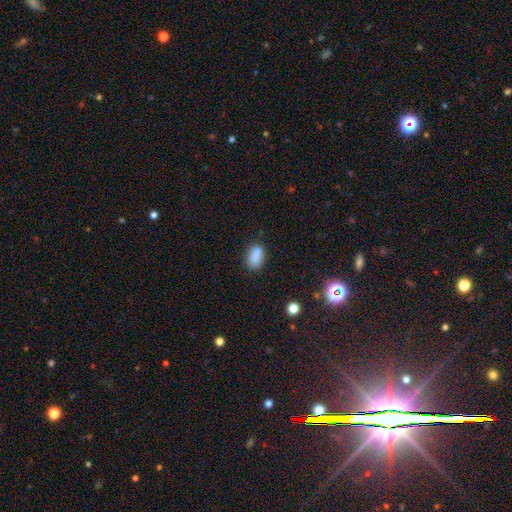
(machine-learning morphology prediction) smooth-or-featured: smooth: 84% | star or artifact: 10% | featured or disk: 6%
  how-rounded: in between: 85% | round: 10% | cigar-shaped: 5%
  merging: none: 71% | minor disturbance: 19% | merger: 5% | major disturbance: 5%